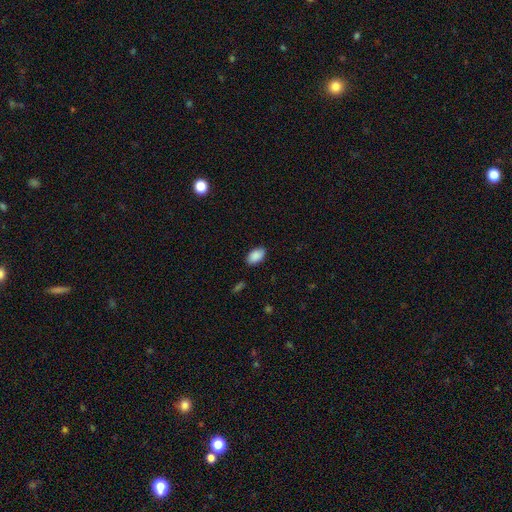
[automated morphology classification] smooth_or_featured: smooth (p=0.89) [alt: star or artifact p=0.07]
how_rounded: in between (p=0.93) [alt: round p=0.06]
merging: none (p=0.85) [alt: minor disturbance p=0.11]